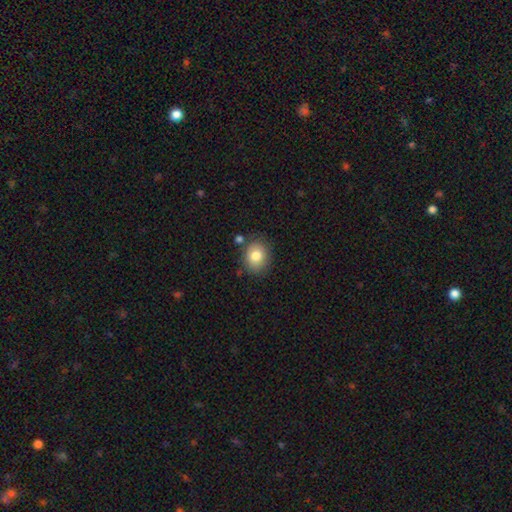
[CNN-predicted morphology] This appears to be a smooth galaxy with no disk features (81%) that is round (59%). Merging: none (79%).